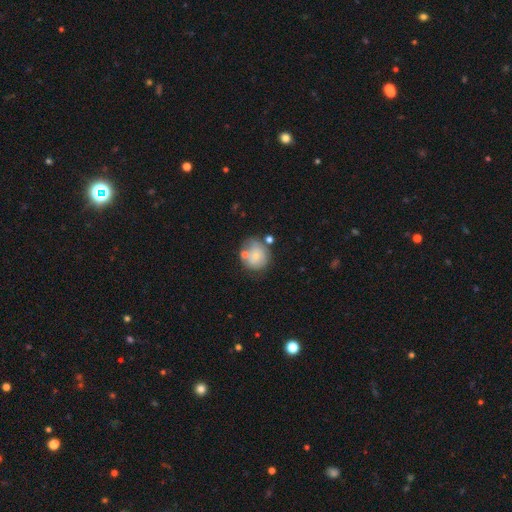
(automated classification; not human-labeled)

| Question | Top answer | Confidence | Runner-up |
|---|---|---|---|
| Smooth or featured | smooth | 63% | featured or disk (29%) |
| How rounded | round | 79% | in between (20%) |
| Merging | none | 53% | minor disturbance (21%) |